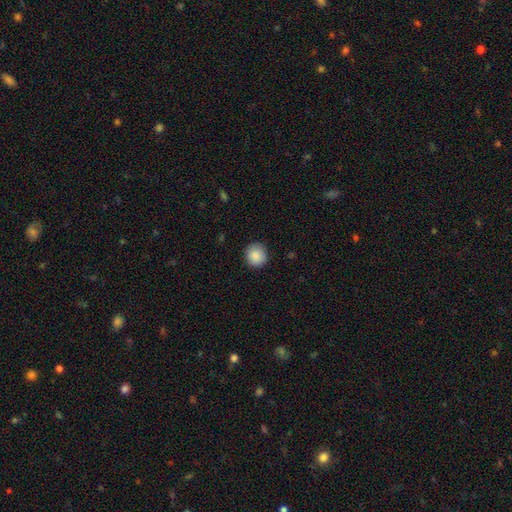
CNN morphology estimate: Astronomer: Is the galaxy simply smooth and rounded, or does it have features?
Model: smooth — 89%.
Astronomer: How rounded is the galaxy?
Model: round — 91%.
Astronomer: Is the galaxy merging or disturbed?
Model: none — 87%.